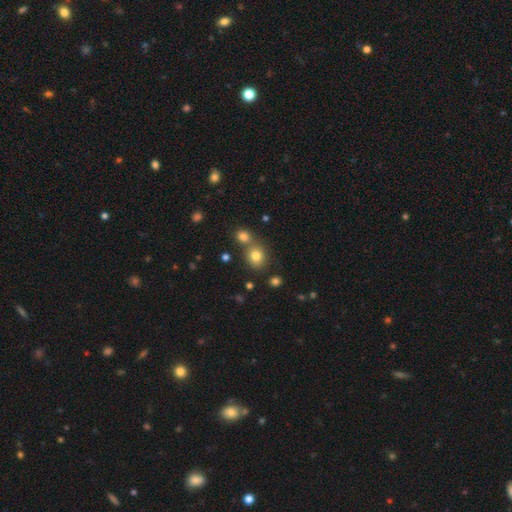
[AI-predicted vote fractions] smooth-or-featured: smooth: 78% | star or artifact: 14% | featured or disk: 8%
  how-rounded: round: 74% | in between: 25% | cigar-shaped: 1%
  merging: none: 58% | merger: 30% | minor disturbance: 9% | major disturbance: 3%